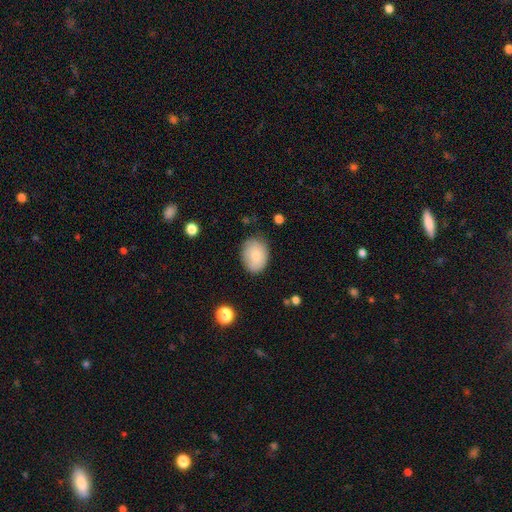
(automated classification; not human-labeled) Q: Smooth or featured?
A: smooth (79%); runner-up: featured or disk (14%)
Q: How rounded?
A: in between (68%); runner-up: round (31%)
Q: Merging?
A: none (73%); runner-up: minor disturbance (21%)